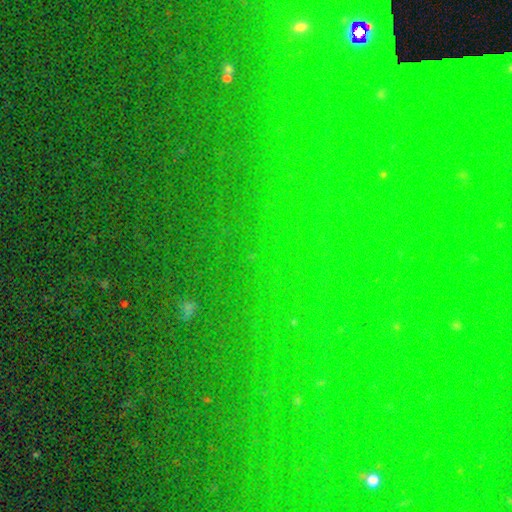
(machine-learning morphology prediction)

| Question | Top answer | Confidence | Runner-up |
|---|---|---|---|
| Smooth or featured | star or artifact | 79% | smooth (13%) |